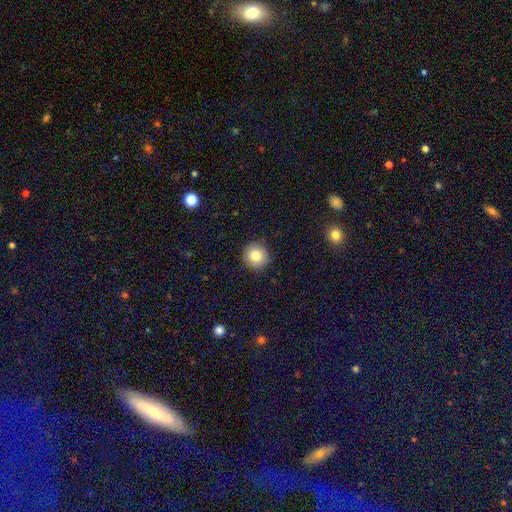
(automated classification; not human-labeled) The model was most divided on "smooth or featured": smooth: 82%, star or artifact: 10%, featured or disk: 8%. More confident: how rounded — round (94%); merging — none (90%).